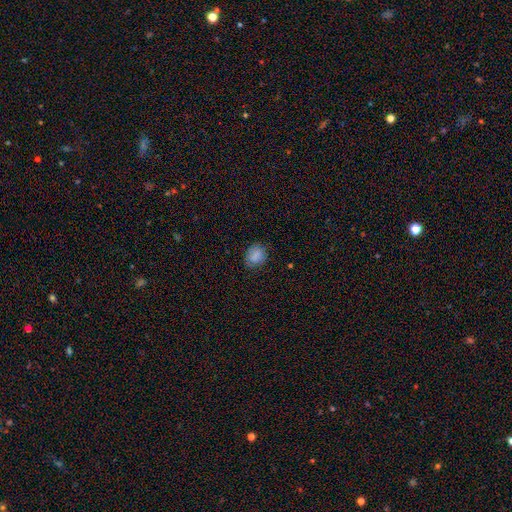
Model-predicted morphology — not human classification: The model was most divided on "how rounded": round: 53%, in between: 45%, cigar-shaped: 1%. More confident: smooth or featured — smooth (82%); merging — none (79%).